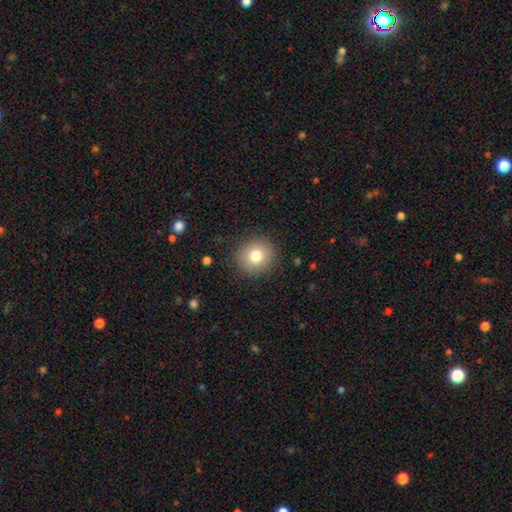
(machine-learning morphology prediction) This appears to be a smooth galaxy with no disk features (78%) that is round (90%). Merging: none (89%).